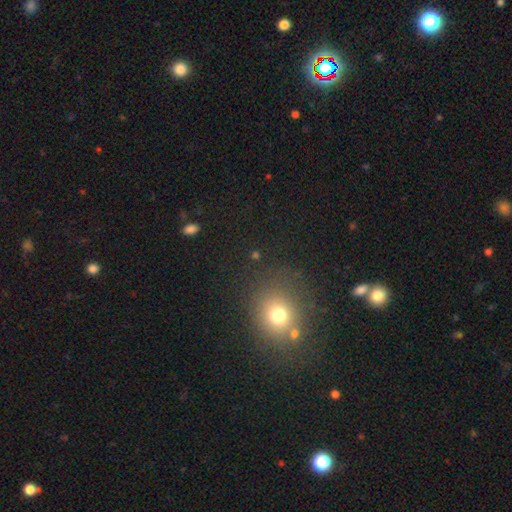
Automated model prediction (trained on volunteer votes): This is likely a smooth galaxy (60%). How rounded: likely round (74%). Merging: likely none (77%).